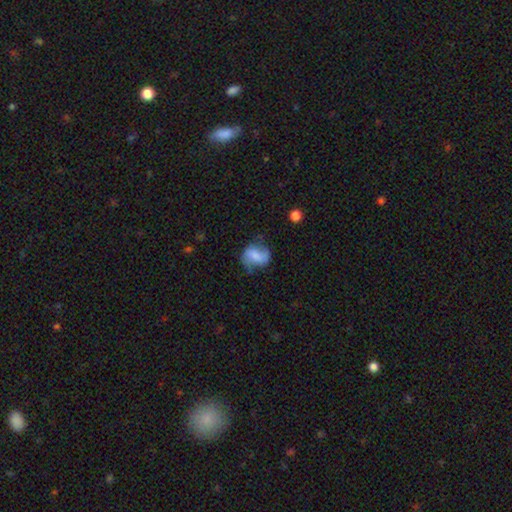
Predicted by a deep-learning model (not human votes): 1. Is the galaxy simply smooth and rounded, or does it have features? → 49% smooth, 42% featured or disk, 8% star or artifact.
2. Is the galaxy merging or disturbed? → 49% none, 30% minor disturbance, 17% major disturbance, 3% merger.